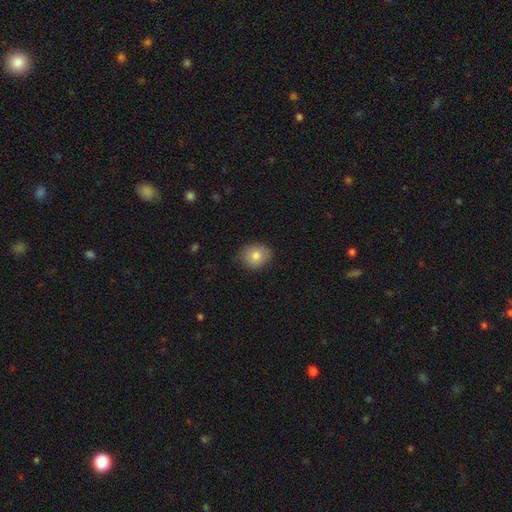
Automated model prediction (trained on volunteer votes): smooth 81%, featured or disk 10%, star or artifact 8%. Down the decision tree: how rounded — round (66%); merging — none (79%).